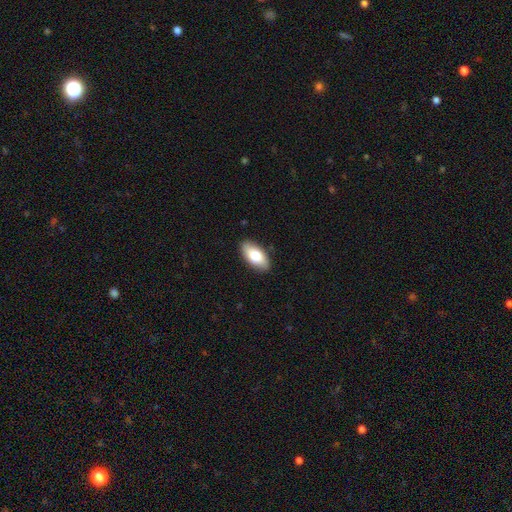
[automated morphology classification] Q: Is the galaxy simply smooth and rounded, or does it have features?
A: smooth — 76%.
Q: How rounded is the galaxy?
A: in between — 91%.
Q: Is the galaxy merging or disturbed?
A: none — 88%.